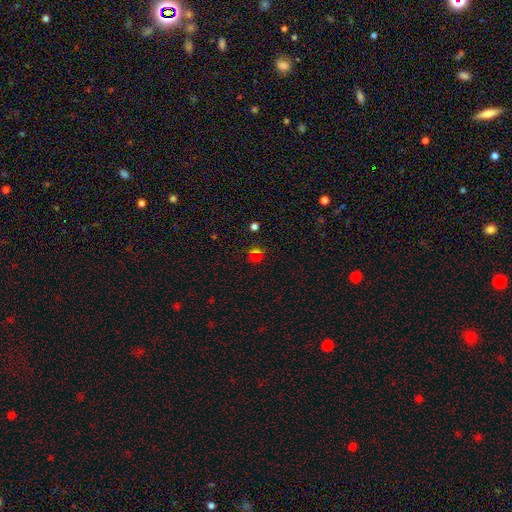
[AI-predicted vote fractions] Smooth or featured? smooth (53%)
How rounded? round (83%)
Merging? none (77%)